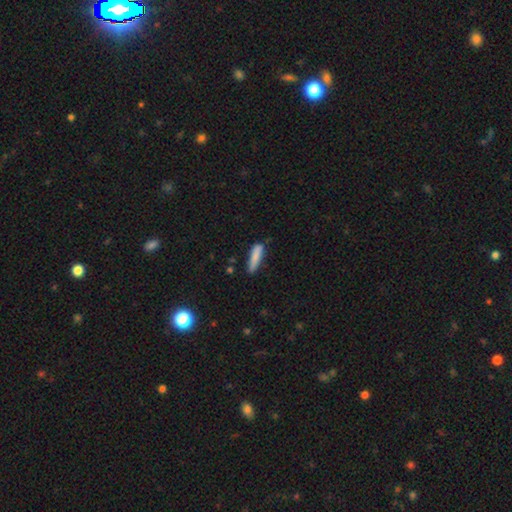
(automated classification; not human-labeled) Overall: smooth (81%). How rounded: cigar-shaped (76%). Merging: none (70%).